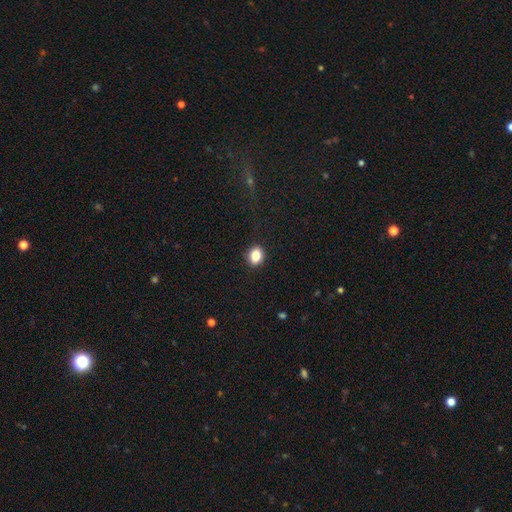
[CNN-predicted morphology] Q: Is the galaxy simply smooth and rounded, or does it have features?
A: smooth — 84%.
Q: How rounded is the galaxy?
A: in between — 55%.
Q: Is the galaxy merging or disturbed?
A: none — 89%.